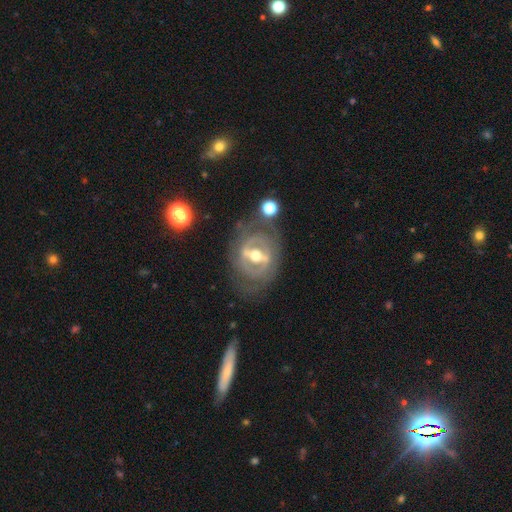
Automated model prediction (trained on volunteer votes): This appears to be a featured or disk galaxy (83%) with a strong bar (61%), spiral arms (55%) and a moderate central bulge (76%). Merging: none (68%).